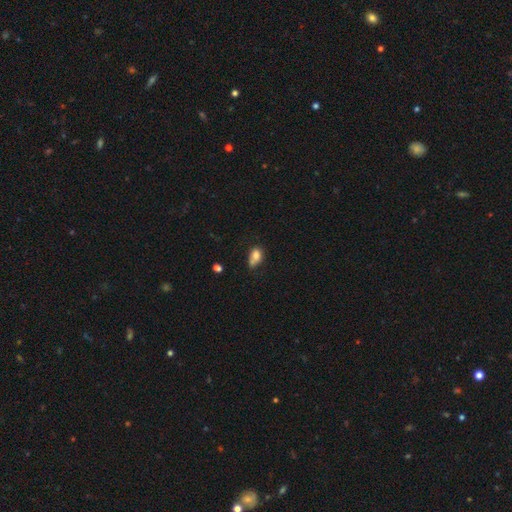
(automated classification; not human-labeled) Overall: smooth (75%). How rounded: in between (78%). Merging: minor disturbance (33%; none 32%).